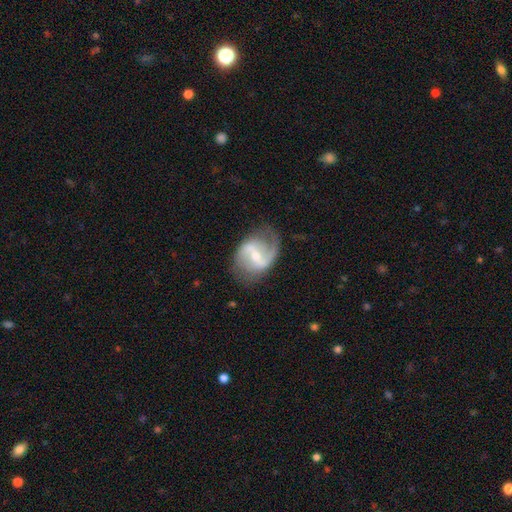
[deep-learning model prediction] A featured or disk galaxy (84%) with a weak bar (45%), 2 (85%) loose (50%) spiral arms (92%) and a small central bulge (53%).

Vote fractions:
- Smooth or featured? featured or disk: 84% / smooth: 10% / star or artifact: 5%
- Edge-on disk? no: 97% / yes: 3%
- Bar? weak: 45% / strong: 40% / no: 15%
- Spiral arms? yes: 92% / no: 8%
- Spiral winding? loose: 50% / medium: 39% / tight: 10%
- Spiral arm count? 2: 85% / 1: 8% / can't tell: 5% / 3: 1% / 4: 1% / more than 4: 1%
- Bulge size? small: 53% / moderate: 42% / none: 2% / large: 2% / dominant: 1%
- Merging? none: 68% / minor disturbance: 20% / major disturbance: 11% / merger: 2%